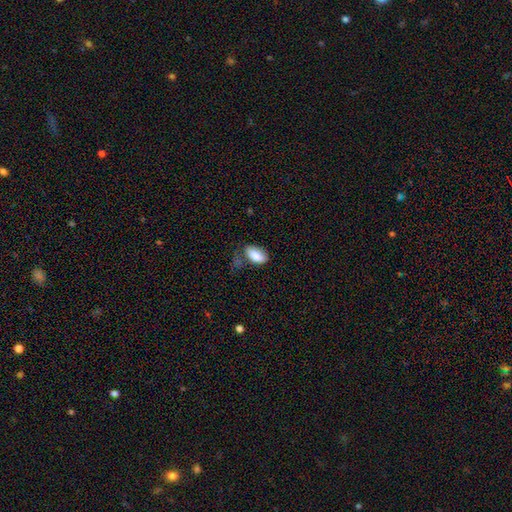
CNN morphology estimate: smooth 82%, featured or disk 11%, star or artifact 7%. Down the decision tree: how rounded — in between (91%); merging — none (48%).